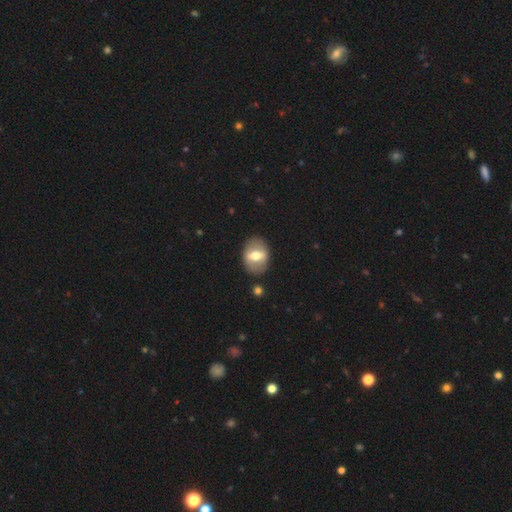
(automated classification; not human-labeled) Smooth or featured: featured or disk — 53% (smooth — 41%)
Edge-on disk: no — 83% (yes — 17%)
Merging: none — 84% (minor disturbance — 10%)